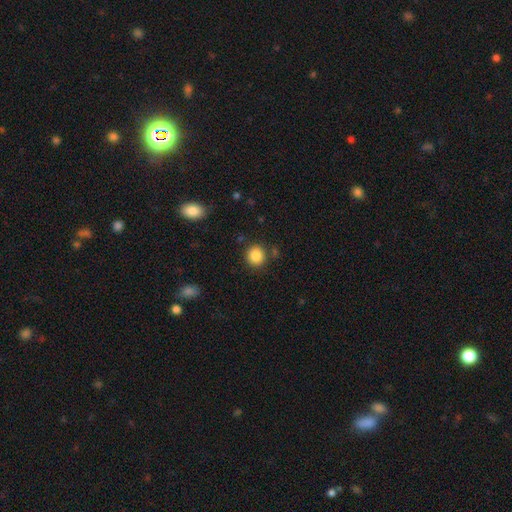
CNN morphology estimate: A smooth galaxy with no disk features (86%) that is round (88%).

Vote fractions:
- Smooth or featured? smooth: 86% / star or artifact: 9% / featured or disk: 4%
- How rounded? round: 88% / in between: 11% / cigar-shaped: 1%
- Merging? none: 85% / minor disturbance: 8% / merger: 4% / major disturbance: 3%